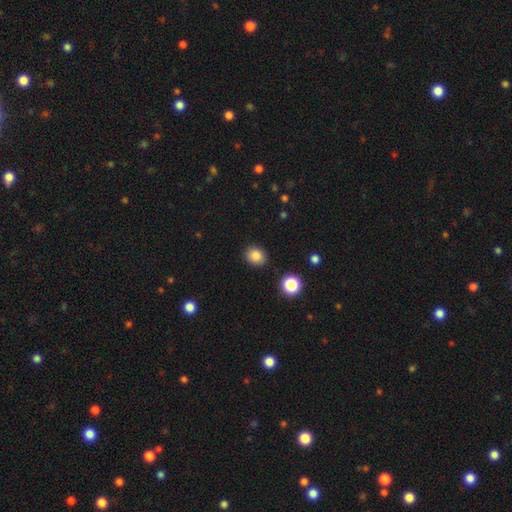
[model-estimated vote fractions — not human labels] smooth-or-featured: smooth: 85% | star or artifact: 11% | featured or disk: 4%
  how-rounded: round: 60% | in between: 39% | cigar-shaped: 1%
  merging: none: 87% | minor disturbance: 9% | major disturbance: 2% | merger: 2%